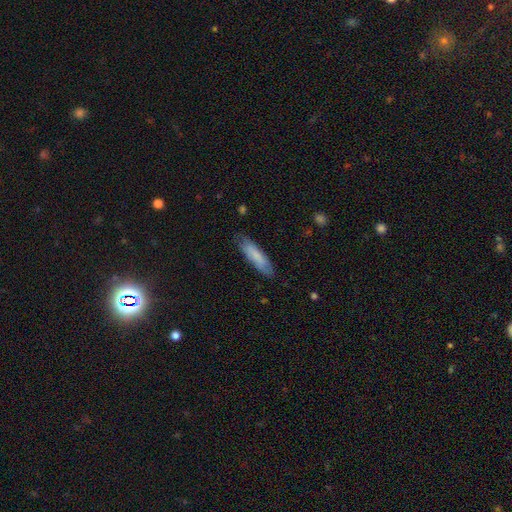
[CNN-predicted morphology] smooth-or-featured: smooth: 78% | featured or disk: 16% | star or artifact: 6%
  how-rounded: cigar-shaped: 68% | in between: 31% | round: 1%
  merging: none: 79% | minor disturbance: 16% | major disturbance: 3% | merger: 1%